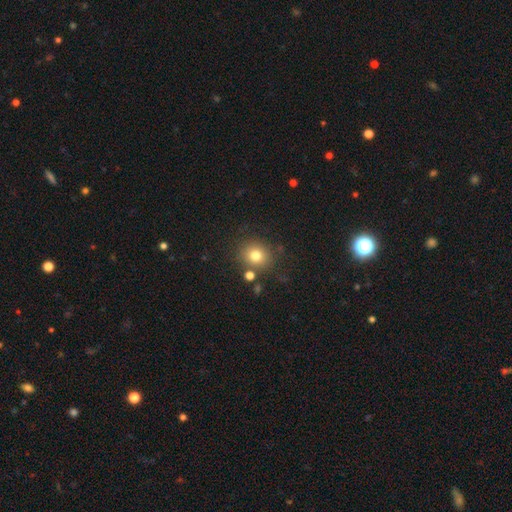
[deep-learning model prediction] smooth-or-featured: smooth: 77% | star or artifact: 14% | featured or disk: 9%
  how-rounded: round: 83% | in between: 17% | cigar-shaped: 1%
  merging: none: 80% | minor disturbance: 10% | merger: 7% | major disturbance: 4%